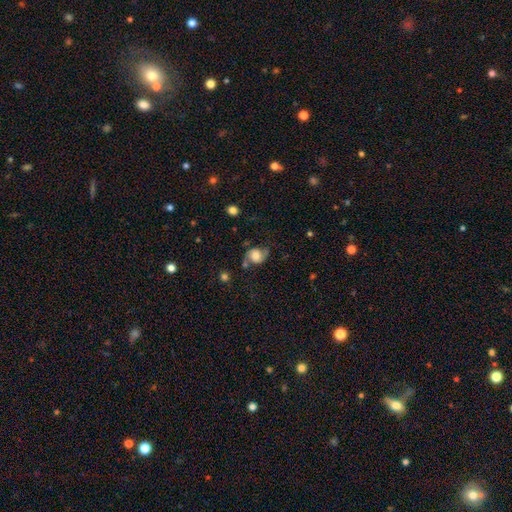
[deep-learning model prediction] Q: Smooth or featured?
A: featured or disk (46%); runner-up: smooth (44%)
Q: Merging?
A: none (58%); runner-up: minor disturbance (25%)